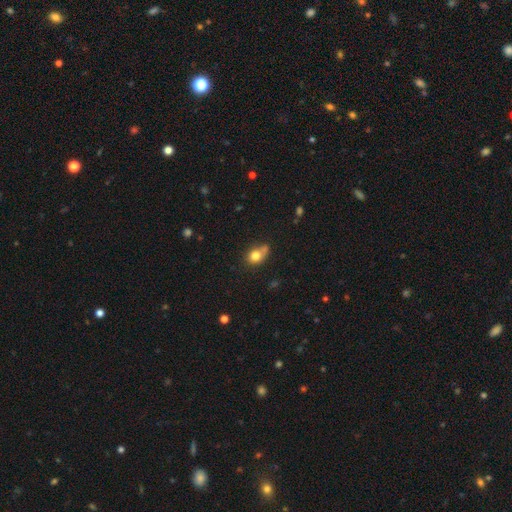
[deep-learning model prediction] This appears to be a smooth galaxy with no disk features (78%) that is in between round and cigar-shaped (49%, tied with round). Merging: none (47%).